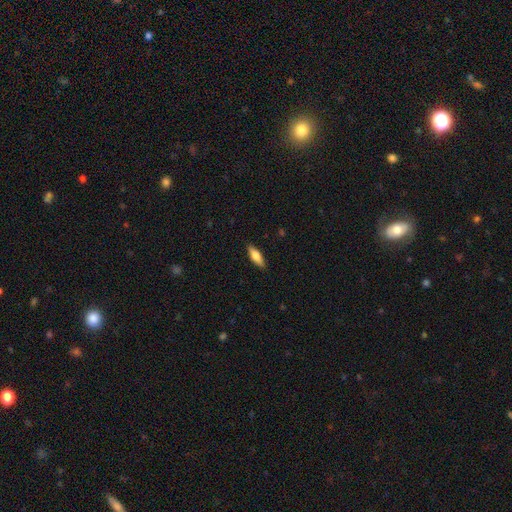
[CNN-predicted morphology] Smooth or featured?
  - smooth: 70% *
  - featured or disk: 24%
  - star or artifact: 6%
How rounded?
  - in between: 56% *
  - cigar-shaped: 42%
  - round: 2%
Merging?
  - none: 88% *
  - minor disturbance: 9%
  - major disturbance: 2%
  - merger: 1%